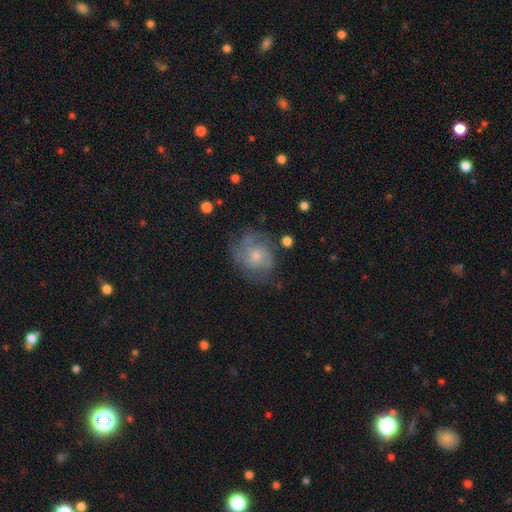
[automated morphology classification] Smooth or featured? featured or disk (51%)
Edge-on disk? no (97%)
Merging? none (62%)